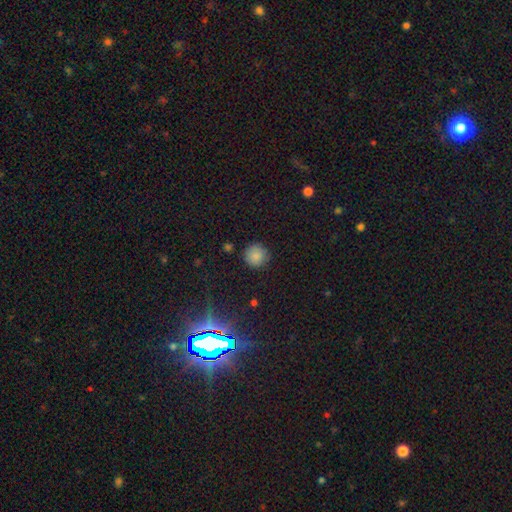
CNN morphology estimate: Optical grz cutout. It shows a smooth galaxy with no disk features (85%) that is round (95%). Merging: none (87%).